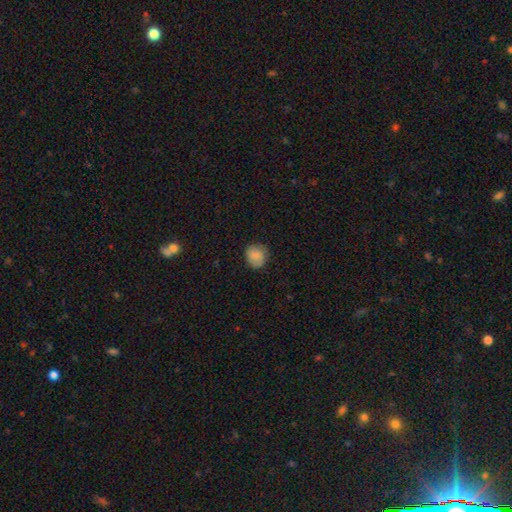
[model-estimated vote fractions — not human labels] Overall: smooth (84%). How rounded: round (75%). Merging: none (76%).